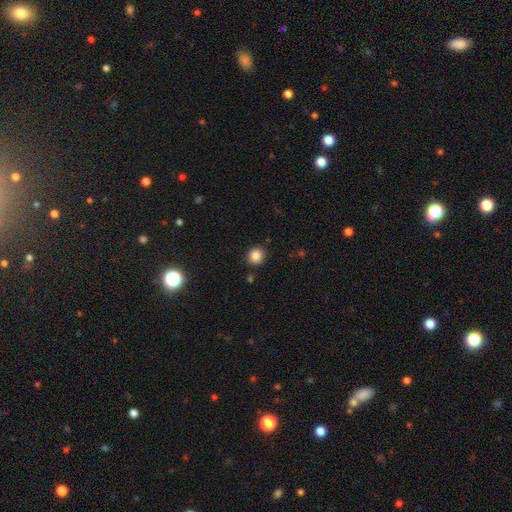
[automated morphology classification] A smooth galaxy with no disk features (86%) that is round (91%). Merging: none (89%).